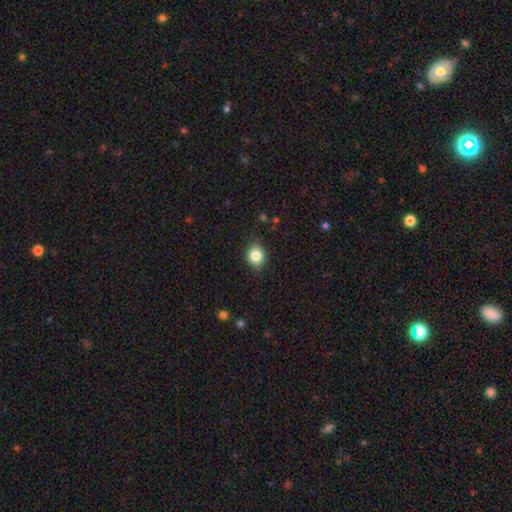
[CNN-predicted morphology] Smooth or featured: smooth — 83% (star or artifact — 10%)
How rounded: round — 68% (in between — 31%)
Merging: none — 83% (minor disturbance — 13%)